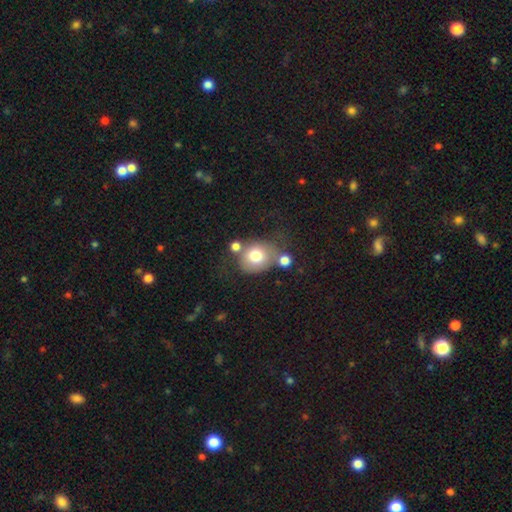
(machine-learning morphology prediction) The model was most divided on "merging": none: 48%, merger: 22%, minor disturbance: 19%, major disturbance: 11%. More confident: smooth or featured — smooth (74%); how rounded — round (68%).